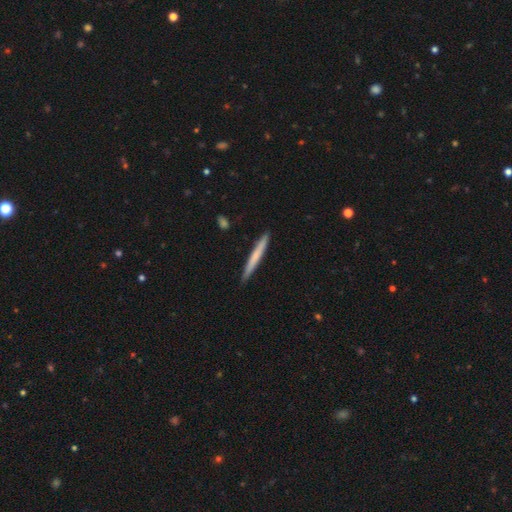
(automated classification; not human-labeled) smooth 64%, featured or disk 31%, star or artifact 5%. Down the decision tree: how rounded — cigar-shaped (97%); merging — none (90%).